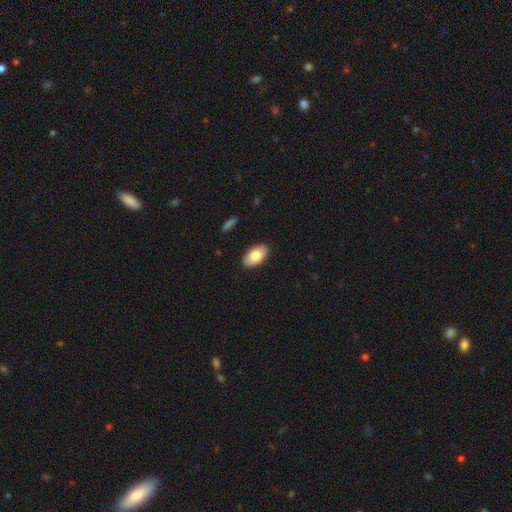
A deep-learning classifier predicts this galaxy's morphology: A smooth galaxy with no disk features (82%) that is in between round and cigar-shaped (95%). Merging: none (89%).